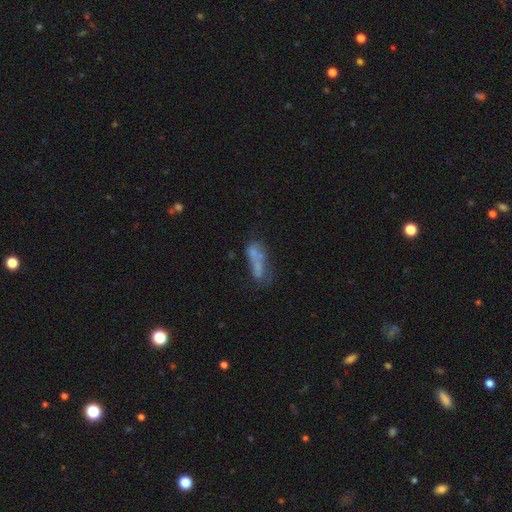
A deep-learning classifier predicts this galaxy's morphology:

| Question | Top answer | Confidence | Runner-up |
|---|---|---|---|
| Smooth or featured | smooth | 47% | featured or disk (39%) |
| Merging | merger | 42% | none (29%) |